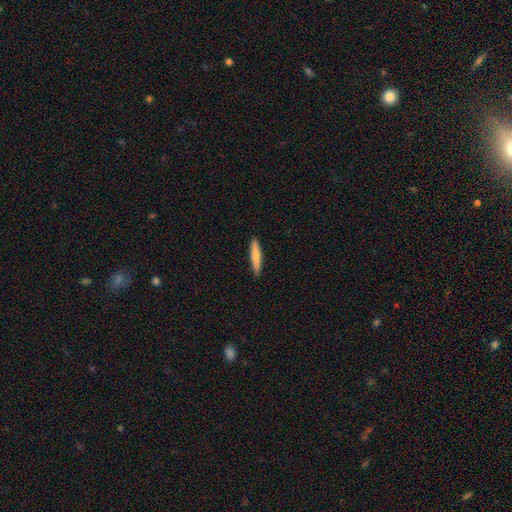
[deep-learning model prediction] Q: Smooth or featured?
A: smooth (78%); runner-up: featured or disk (16%)
Q: How rounded?
A: cigar-shaped (91%); runner-up: in between (8%)
Q: Merging?
A: none (91%); runner-up: minor disturbance (7%)